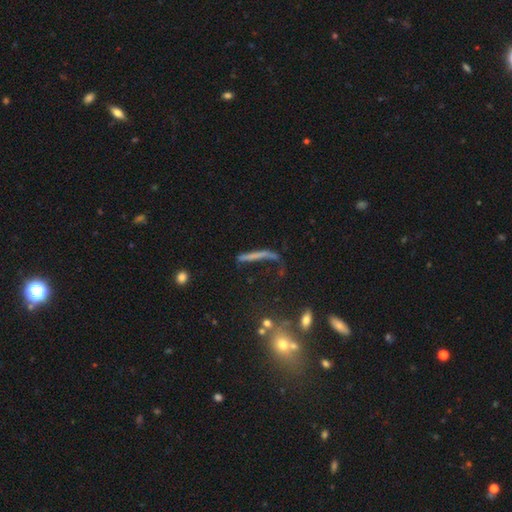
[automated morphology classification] Smooth or featured? smooth (48%)
Merging? none (47%)